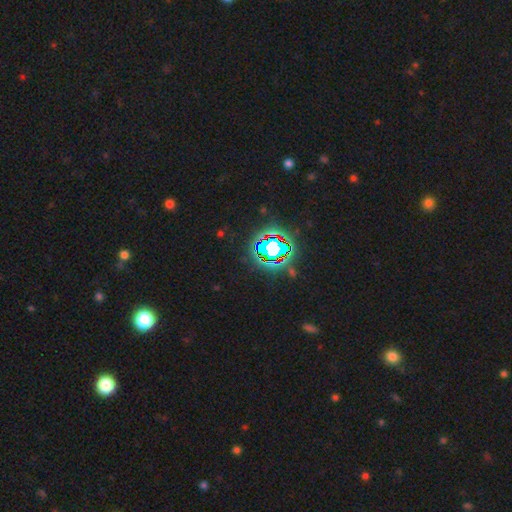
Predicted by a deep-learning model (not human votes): smooth_or_featured: star or artifact (p=0.83) [alt: smooth p=0.10]